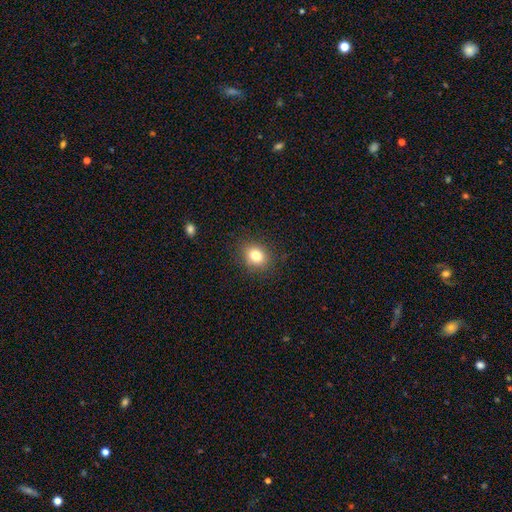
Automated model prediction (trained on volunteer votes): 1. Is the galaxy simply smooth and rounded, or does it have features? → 81% smooth, 12% star or artifact, 8% featured or disk.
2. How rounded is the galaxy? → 62% round, 37% in between, 1% cigar-shaped.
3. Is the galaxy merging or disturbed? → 88% none, 8% minor disturbance, 3% major disturbance, 1% merger.